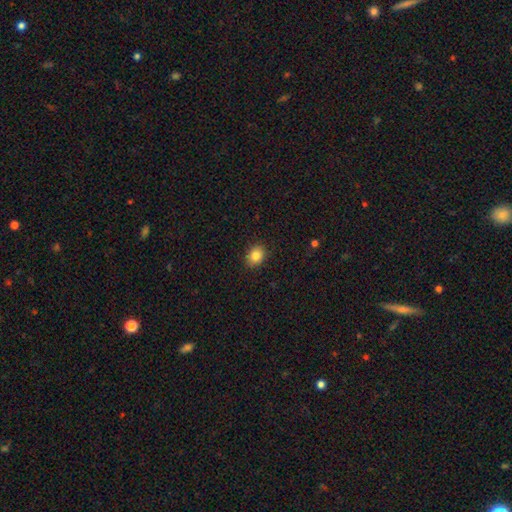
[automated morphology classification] smooth_or_featured: smooth (p=0.84) [alt: star or artifact p=0.10]
how_rounded: round (p=0.51) [alt: in between p=0.49]
merging: none (p=0.88) [alt: minor disturbance p=0.09]